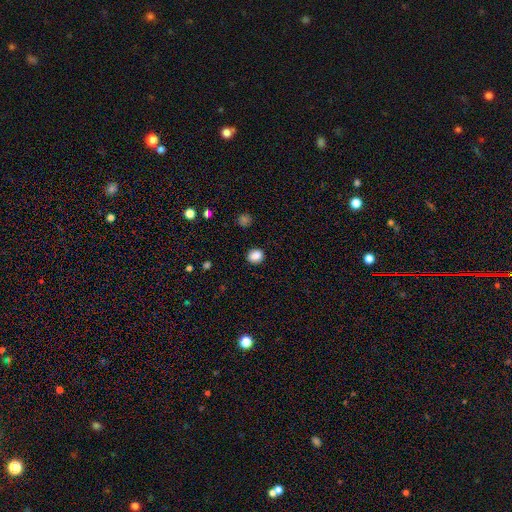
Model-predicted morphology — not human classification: type=smooth (86%); roundness=round (68%); merging=none (89%).